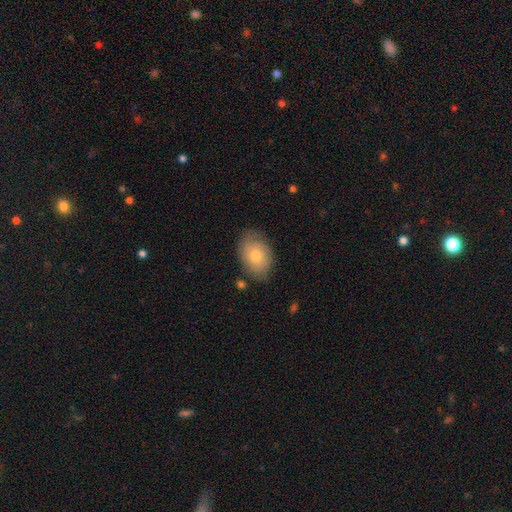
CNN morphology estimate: A smooth galaxy with no disk features (67%) that is in between round and cigar-shaped (78%).

Vote fractions:
- Smooth or featured? smooth: 67% / featured or disk: 26% / star or artifact: 7%
- How rounded? in between: 78% / round: 21% / cigar-shaped: 1%
- Merging? none: 69% / minor disturbance: 23% / major disturbance: 6% / merger: 2%